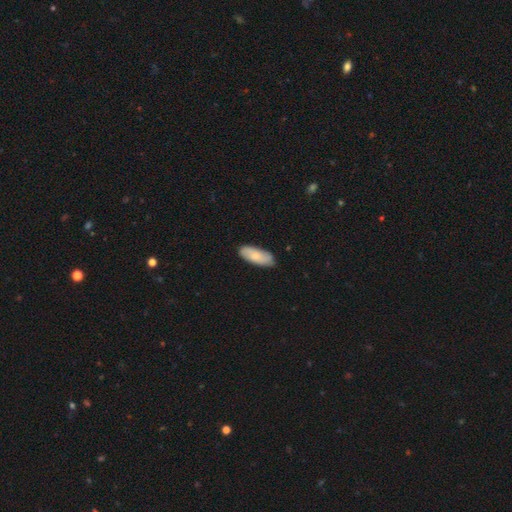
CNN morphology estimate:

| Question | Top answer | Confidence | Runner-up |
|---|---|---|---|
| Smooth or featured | smooth | 75% | featured or disk (20%) |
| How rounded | in between | 76% | cigar-shaped (23%) |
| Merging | none | 85% | minor disturbance (12%) |